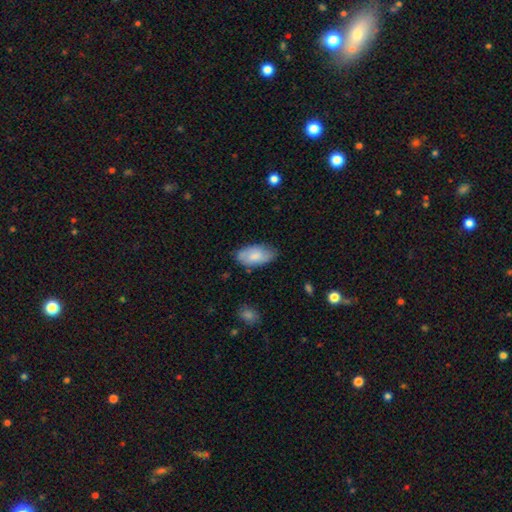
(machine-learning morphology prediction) The model was most divided on "merging": none: 71%, minor disturbance: 23%, major disturbance: 4%, merger: 2%. More confident: how rounded — in between (94%); smooth or featured — smooth (75%).